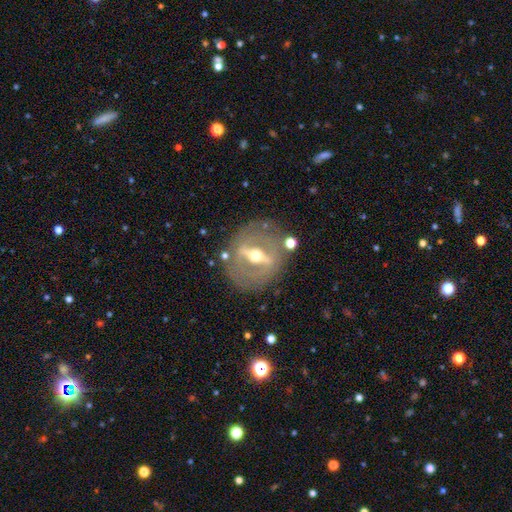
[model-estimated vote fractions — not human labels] Q: Smooth or featured?
A: featured or disk (81%); runner-up: smooth (12%)
Q: Edge-on disk?
A: no (70%); runner-up: yes (30%)
Q: Bar?
A: strong (77%); runner-up: weak (16%)
Q: Spiral arms?
A: no (76%); runner-up: yes (24%)
Q: Bulge size?
A: moderate (73%); runner-up: small (19%)
Q: Merging?
A: none (79%); runner-up: minor disturbance (12%)